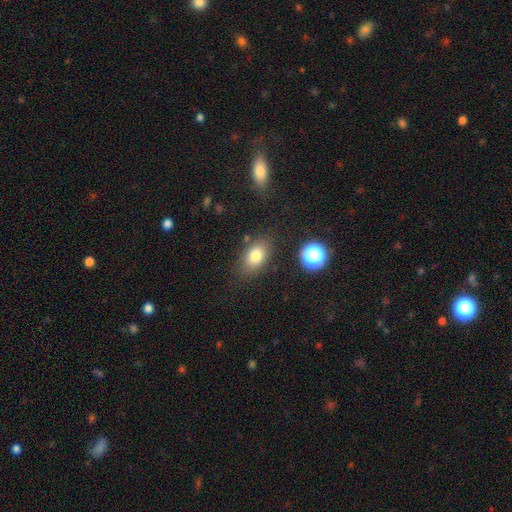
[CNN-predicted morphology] Smooth or featured?
  - smooth: 80% *
  - star or artifact: 10%
  - featured or disk: 10%
How rounded?
  - in between: 83% *
  - round: 15%
  - cigar-shaped: 2%
Merging?
  - none: 79% *
  - minor disturbance: 14%
  - major disturbance: 4%
  - merger: 3%